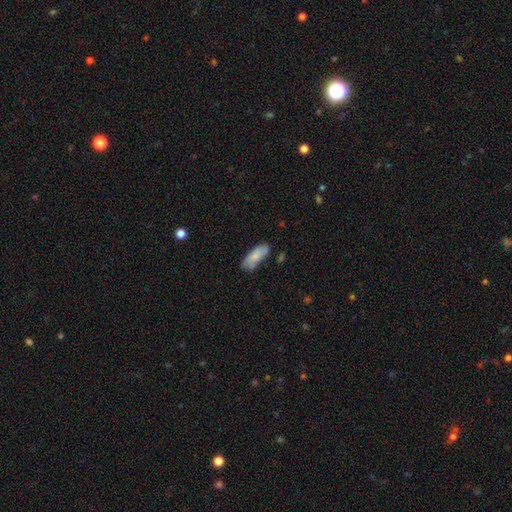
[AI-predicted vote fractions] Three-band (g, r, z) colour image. It shows a smooth galaxy with no disk features (80%) that is in between round and cigar-shaped (74%). Merging: none (72%).